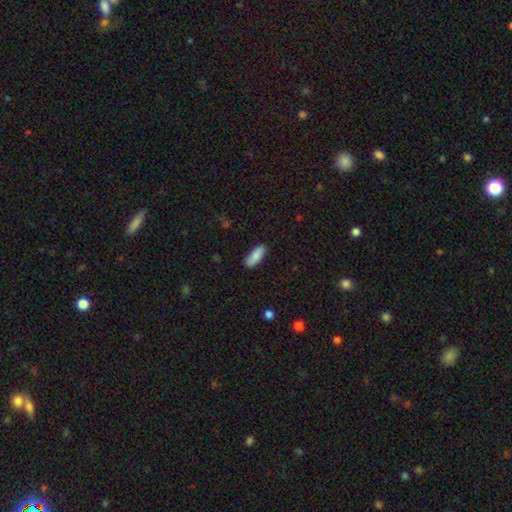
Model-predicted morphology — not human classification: This appears to be a smooth galaxy with no disk features (86%) that is in between round and cigar-shaped (78%). Merging: none (87%).